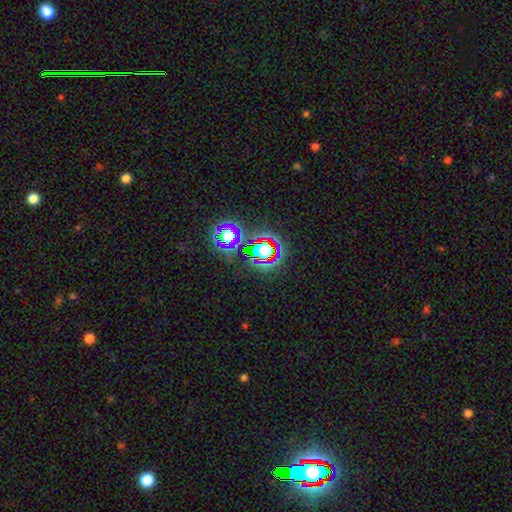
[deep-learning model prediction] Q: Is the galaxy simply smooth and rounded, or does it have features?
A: star or artifact — 74%.